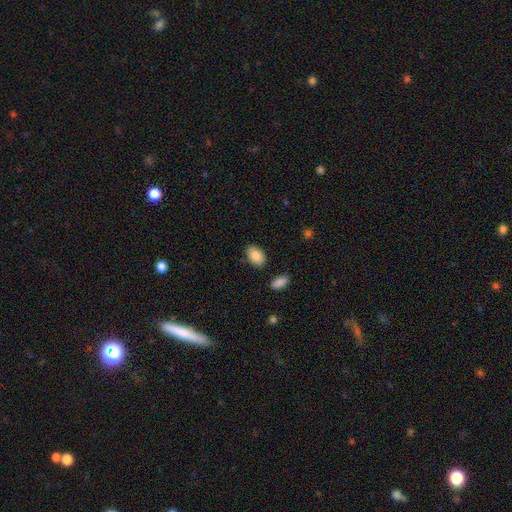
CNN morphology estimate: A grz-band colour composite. It shows a smooth galaxy with no disk features (89%) that is in between round and cigar-shaped (88%). Merging: none (83%).